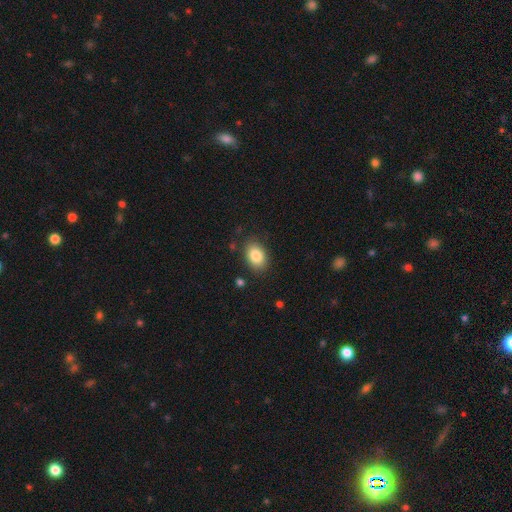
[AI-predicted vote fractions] Smooth or featured? smooth (84%)
How rounded? in between (81%)
Merging? none (83%)